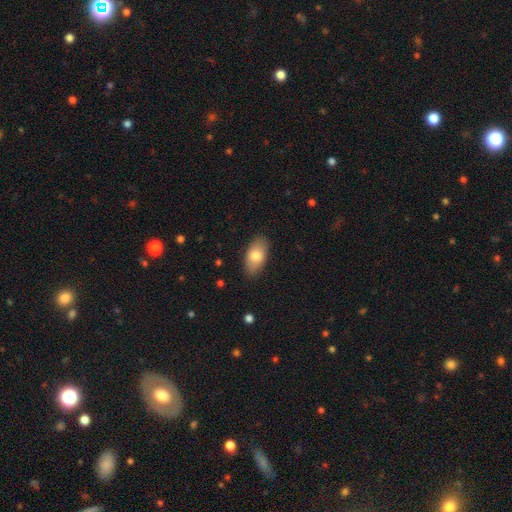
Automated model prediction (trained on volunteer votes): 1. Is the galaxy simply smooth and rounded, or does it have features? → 78% smooth, 16% featured or disk, 6% star or artifact.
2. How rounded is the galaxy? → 92% in between, 4% round, 4% cigar-shaped.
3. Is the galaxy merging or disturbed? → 85% none, 11% minor disturbance, 3% major disturbance, 1% merger.